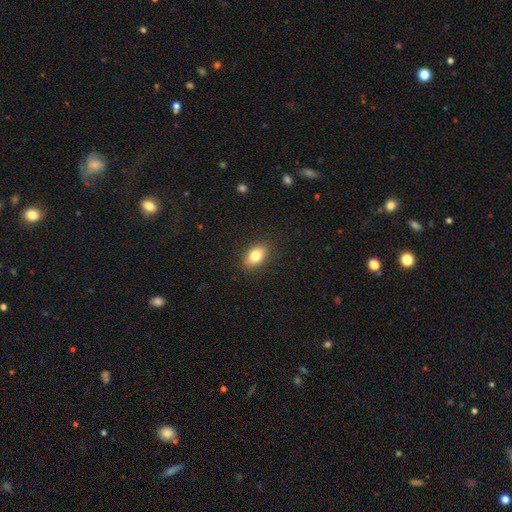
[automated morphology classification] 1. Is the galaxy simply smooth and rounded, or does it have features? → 80% smooth, 12% featured or disk, 8% star or artifact.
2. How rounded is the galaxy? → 84% in between, 13% round, 3% cigar-shaped.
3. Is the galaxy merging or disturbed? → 87% none, 9% minor disturbance, 2% major disturbance, 1% merger.